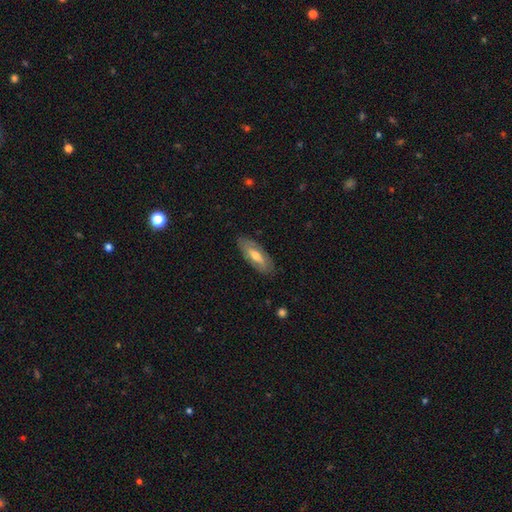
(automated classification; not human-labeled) The model was most divided on "smooth or featured": smooth: 50%, featured or disk: 45%, star or artifact: 6%. More confident: merging — none (84%).